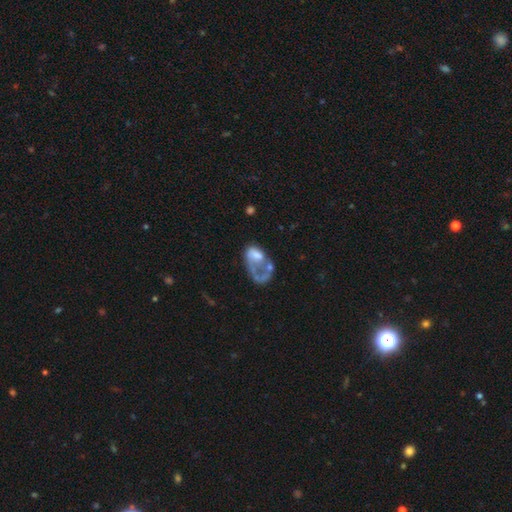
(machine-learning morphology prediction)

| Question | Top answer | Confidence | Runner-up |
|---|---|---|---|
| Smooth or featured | featured or disk | 53% | smooth (38%) |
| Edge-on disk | no | 97% | yes (3%) |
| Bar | no | 84% | weak (13%) |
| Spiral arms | no | 71% | yes (29%) |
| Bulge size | none | 46% | moderate (25%) |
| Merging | major disturbance | 46% | merger (21%) |